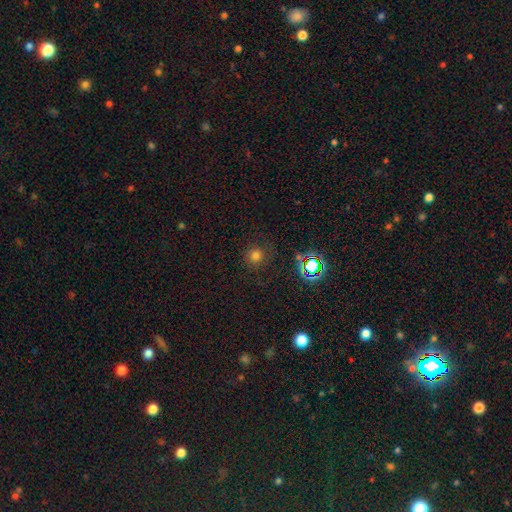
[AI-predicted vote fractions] A smooth galaxy with no disk features (69%) that is round (91%). Merging: none (78%).